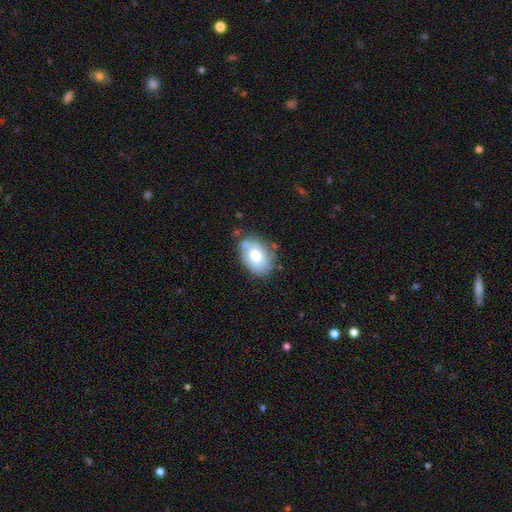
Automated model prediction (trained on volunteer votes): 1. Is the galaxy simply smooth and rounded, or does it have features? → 69% smooth, 23% featured or disk, 8% star or artifact.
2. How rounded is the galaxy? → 77% in between, 22% round, 1% cigar-shaped.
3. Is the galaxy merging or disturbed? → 68% none, 21% minor disturbance, 6% merger, 5% major disturbance.